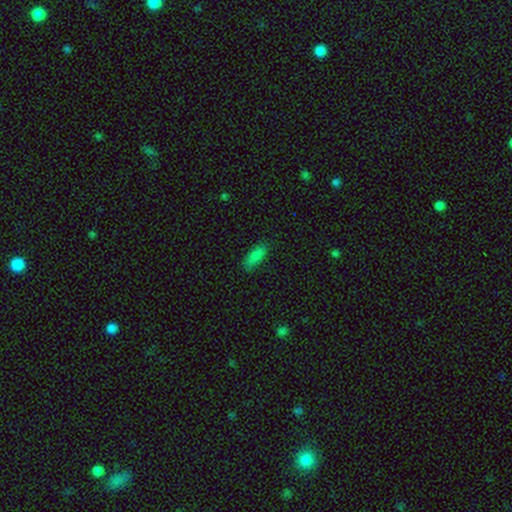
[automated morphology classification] smooth_or_featured: smooth (p=0.85) [alt: star or artifact p=0.09]
how_rounded: in between (p=0.72) [alt: cigar-shaped p=0.26]
merging: none (p=0.83) [alt: minor disturbance p=0.13]